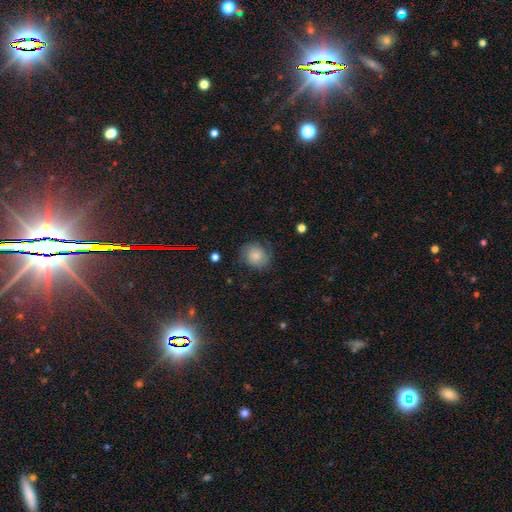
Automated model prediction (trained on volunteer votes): smooth_or_featured: smooth (p=0.61) [alt: featured or disk p=0.29]
how_rounded: round (p=0.70) [alt: in between p=0.29]
merging: none (p=0.67) [alt: minor disturbance p=0.21]